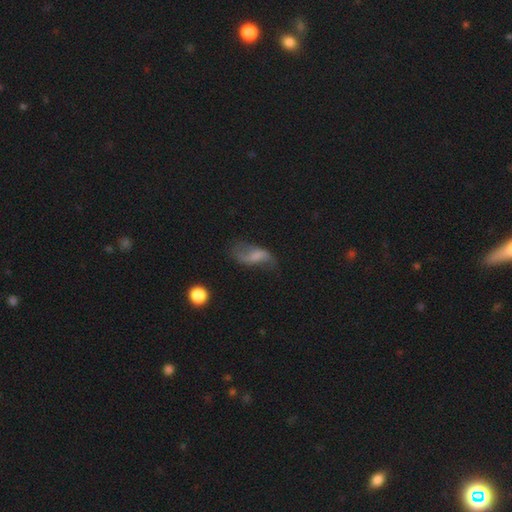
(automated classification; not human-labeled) featured or disk 64%, smooth 26%, star or artifact 10%. Down the decision tree: edge-on disk — no (94%); bar — weak (45%); spiral arms — yes (87%); spiral arm count — 2 (87%); spiral winding — loose (84%); bulge size — none (37%); merging — none (60%).